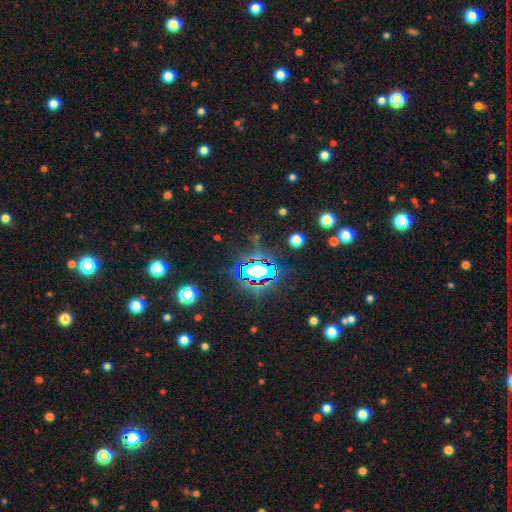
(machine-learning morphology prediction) Smooth or featured? Predicted: star or artifact (p=0.78).